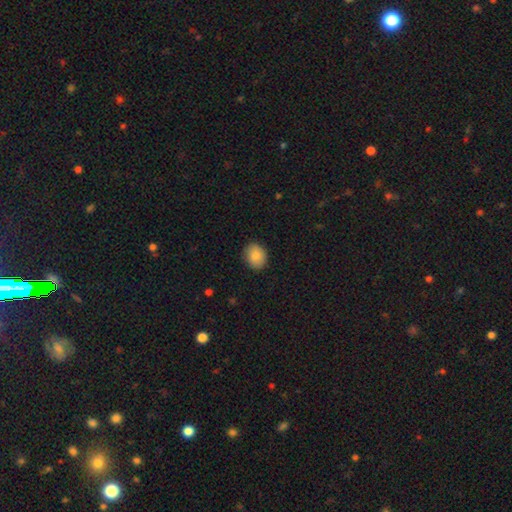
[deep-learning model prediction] Smooth or featured?
  - smooth: 84% *
  - featured or disk: 8%
  - star or artifact: 8%
How rounded?
  - round: 51% *
  - in between: 48%
  - cigar-shaped: 1%
Merging?
  - none: 86% *
  - minor disturbance: 11%
  - major disturbance: 2%
  - merger: 1%